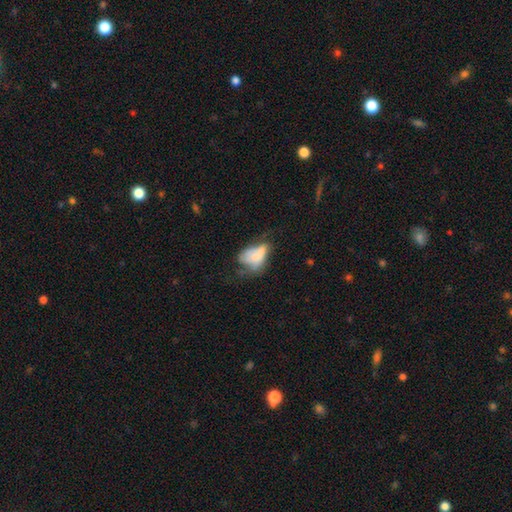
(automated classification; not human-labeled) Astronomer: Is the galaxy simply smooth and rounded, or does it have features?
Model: smooth — 60%.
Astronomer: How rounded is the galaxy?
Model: in between — 80%.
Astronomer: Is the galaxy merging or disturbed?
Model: major disturbance — 33% (runner-up: minor disturbance, 27%).